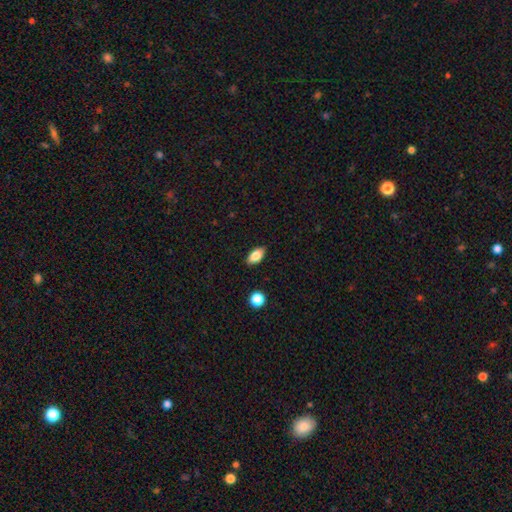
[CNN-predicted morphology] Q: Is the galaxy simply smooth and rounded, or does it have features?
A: smooth — 82%.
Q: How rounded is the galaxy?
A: in between — 90%.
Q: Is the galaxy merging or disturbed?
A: none — 88%.